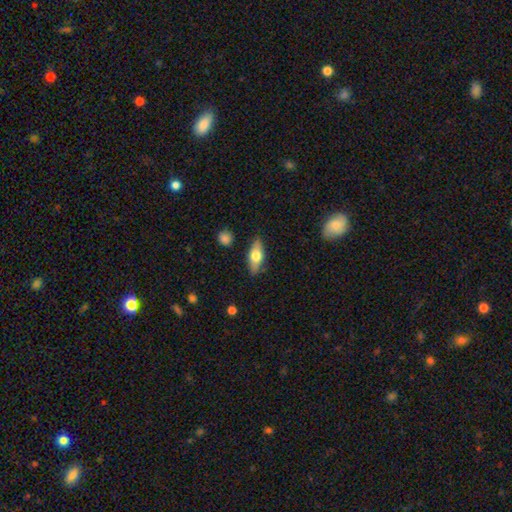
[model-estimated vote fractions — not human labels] This is possibly a smooth galaxy (59%). How rounded: likely in between (71%). Merging: clearly none (84%).